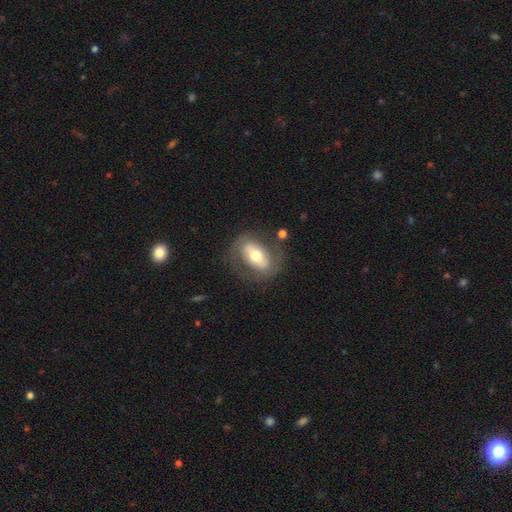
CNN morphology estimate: type=featured or disk (52%); edge-on=no (86%); merging=none (72%).